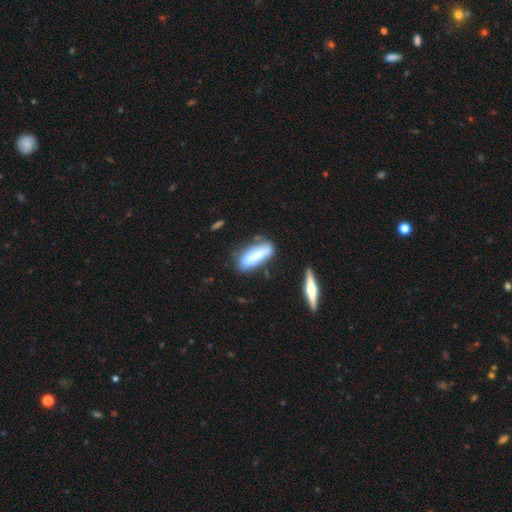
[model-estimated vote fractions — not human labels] A smooth galaxy with no disk features (59%) that is in between round and cigar-shaped (52%).

Vote fractions:
- Smooth or featured? smooth: 59% / featured or disk: 34% / star or artifact: 7%
- How rounded? in between: 52% / cigar-shaped: 46% / round: 2%
- Merging? none: 64% / minor disturbance: 23% / major disturbance: 7% / merger: 6%